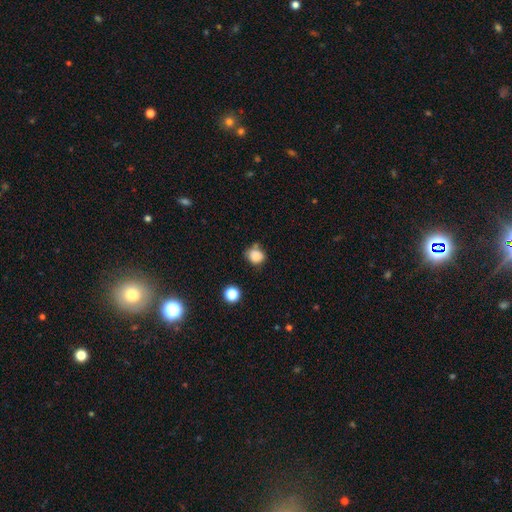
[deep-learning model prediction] Morphology: type=smooth (83%); roundness=round (70%); merging=none (64%).